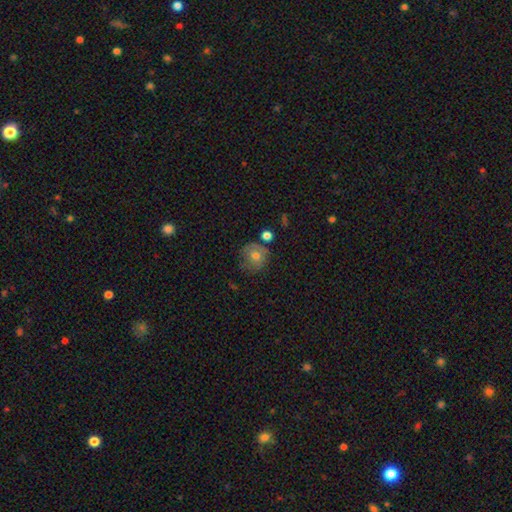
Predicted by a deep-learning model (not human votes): Overall: smooth (68%). How rounded: round (83%). Merging: none (62%).